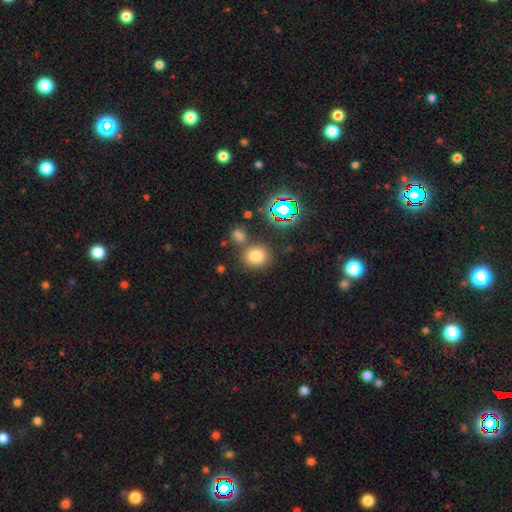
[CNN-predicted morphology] The model was most divided on "how rounded": round: 72%, in between: 26%, cigar-shaped: 1%. More confident: smooth or featured — smooth (74%); merging — none (71%).